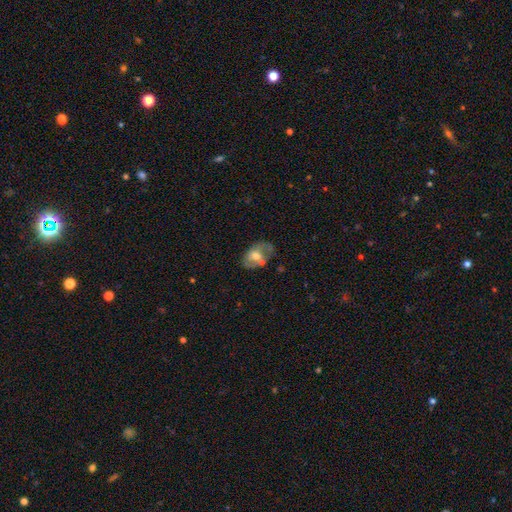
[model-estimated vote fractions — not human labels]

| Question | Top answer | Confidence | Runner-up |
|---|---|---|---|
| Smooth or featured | featured or disk | 51% | smooth (41%) |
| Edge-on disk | no | 93% | yes (7%) |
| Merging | none | 50% | minor disturbance (25%) |